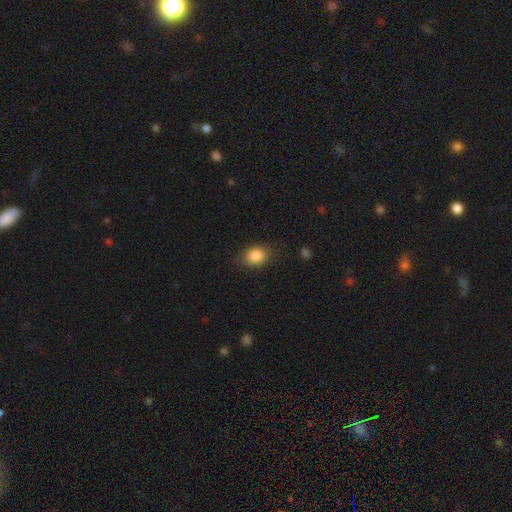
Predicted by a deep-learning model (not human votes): This is clearly a smooth galaxy (86%). How rounded: possibly in between (56%). Merging: clearly none (82%).